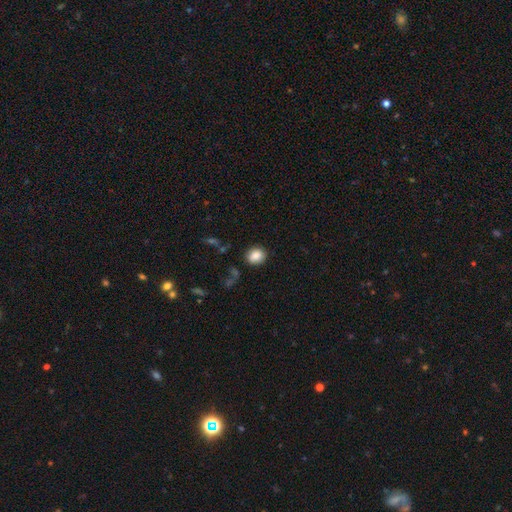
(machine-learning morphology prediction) A smooth galaxy with no disk features (85%) that is round (67%). Merging: none (85%).